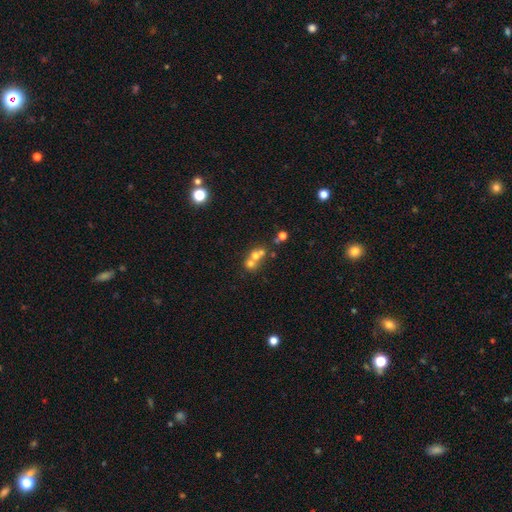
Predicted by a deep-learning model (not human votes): smooth_or_featured: smooth (p=0.59) [alt: featured or disk p=0.24]
how_rounded: round (p=0.79) [alt: in between p=0.20]
merging: merger (p=0.61) [alt: none p=0.30]